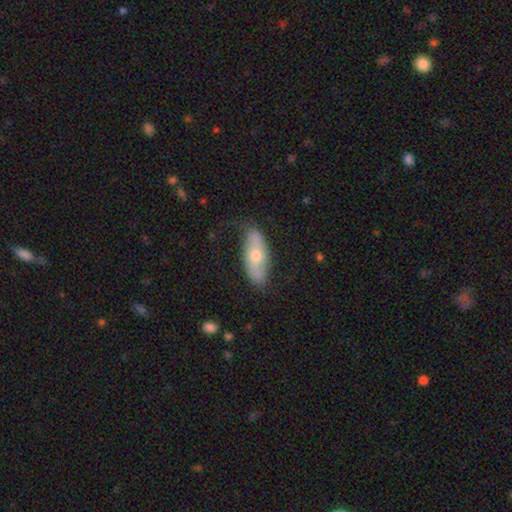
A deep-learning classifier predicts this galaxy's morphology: smooth_or_featured: smooth (p=0.52) [alt: featured or disk p=0.42]
how_rounded: in between (p=0.77) [alt: cigar-shaped p=0.20]
merging: none (p=0.71) [alt: minor disturbance p=0.22]